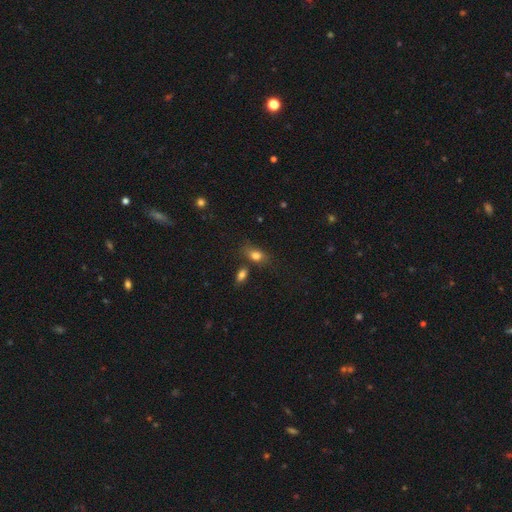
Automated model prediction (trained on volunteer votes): This appears to be a smooth galaxy with no disk features (77%) that is in between round and cigar-shaped (79%). Merging: none (63%).